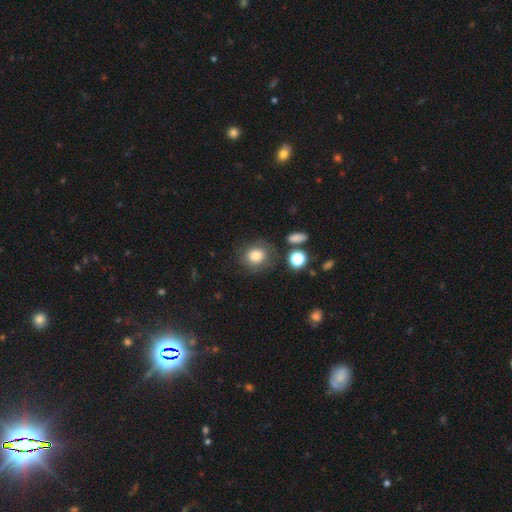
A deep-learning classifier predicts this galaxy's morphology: This is likely a smooth galaxy (78%). How rounded: likely round (79%). Merging: likely none (74%).